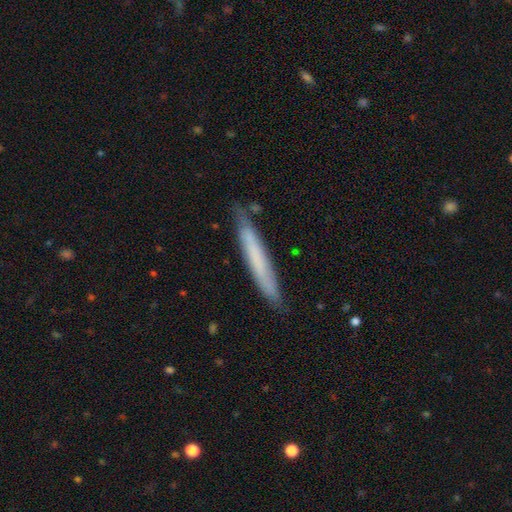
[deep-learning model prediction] A smooth galaxy with no disk features (61%) that is cigar-shaped (95%).

Vote fractions:
- Smooth or featured? smooth: 61% / featured or disk: 33% / star or artifact: 6%
- How rounded? cigar-shaped: 95% / in between: 4% / round: 1%
- Merging? none: 80% / minor disturbance: 15% / major disturbance: 3% / merger: 2%